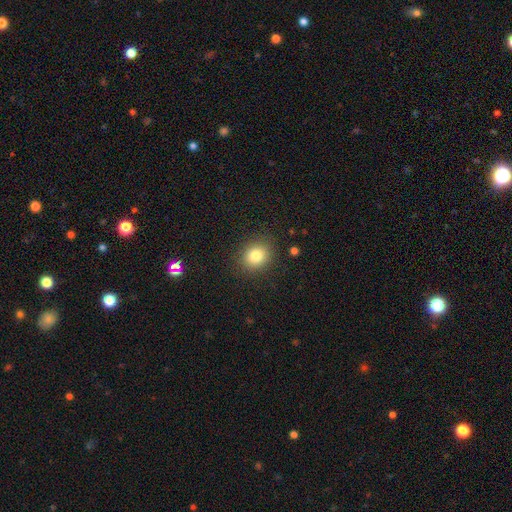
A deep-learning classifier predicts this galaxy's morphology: Overall: smooth (81%). How rounded: round (65%; in between 34%). Merging: none (87%).